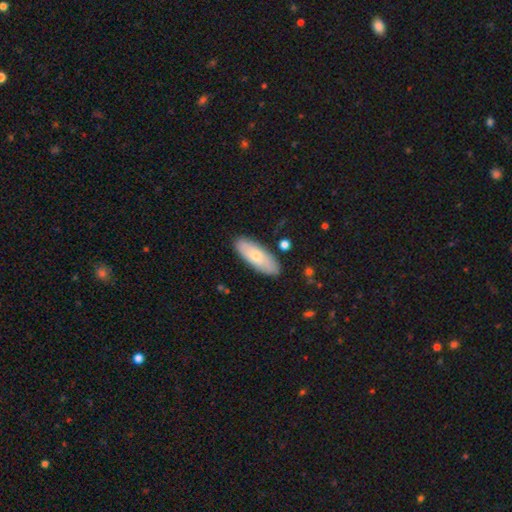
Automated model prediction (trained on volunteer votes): A smooth galaxy with no disk features (70%) that is in between round and cigar-shaped (72%).

Vote fractions:
- Smooth or featured? smooth: 70% / featured or disk: 25% / star or artifact: 6%
- How rounded? in between: 72% / cigar-shaped: 26% / round: 2%
- Merging? none: 86% / minor disturbance: 10% / major disturbance: 2% / merger: 2%